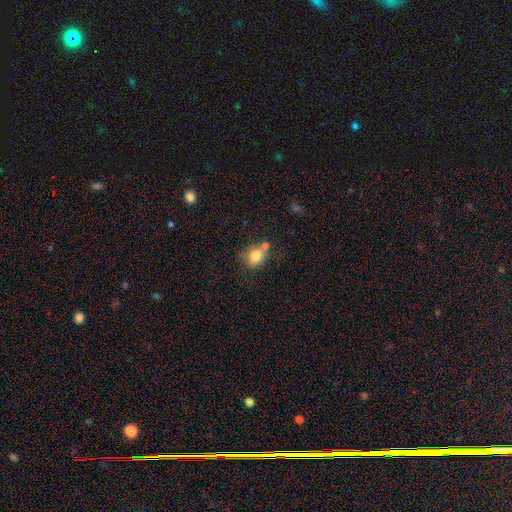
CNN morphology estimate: The model was most divided on "how rounded": in between: 56%, round: 42%, cigar-shaped: 1%. More confident: smooth or featured — smooth (79%); merging — none (54%).